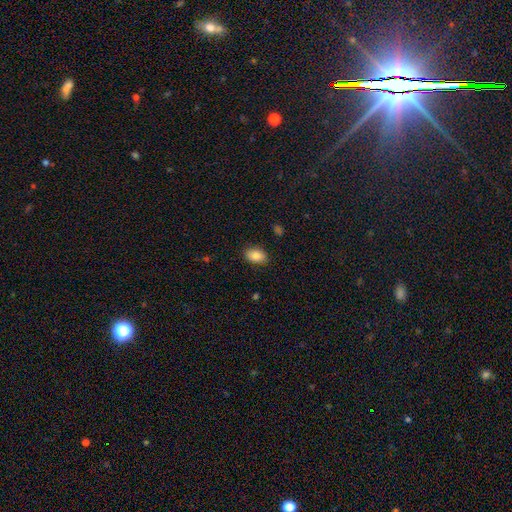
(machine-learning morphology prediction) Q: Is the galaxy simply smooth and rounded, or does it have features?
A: smooth — 85%.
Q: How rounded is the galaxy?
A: in between — 87%.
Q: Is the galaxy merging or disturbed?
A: none — 88%.